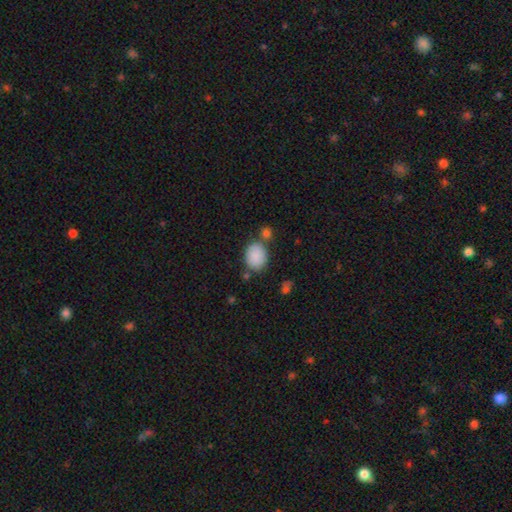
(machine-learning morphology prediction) smooth 87%, star or artifact 8%, featured or disk 5%. Down the decision tree: how rounded — in between (60%); merging — none (68%).